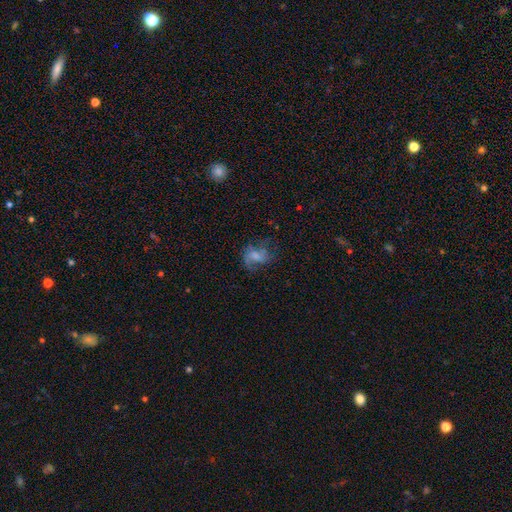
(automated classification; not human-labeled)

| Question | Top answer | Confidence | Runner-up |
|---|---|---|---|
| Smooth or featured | featured or disk | 46% | smooth (42%) |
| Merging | none | 40% | major disturbance (35%) |